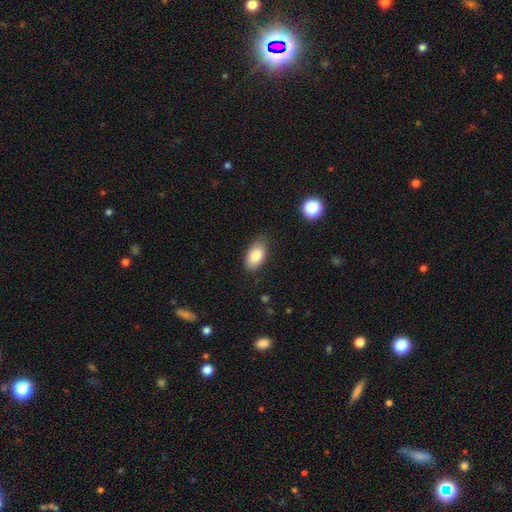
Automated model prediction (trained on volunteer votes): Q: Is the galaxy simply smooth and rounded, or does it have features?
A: smooth — 84%.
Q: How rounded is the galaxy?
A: in between — 93%.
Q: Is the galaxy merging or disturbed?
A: none — 75%.